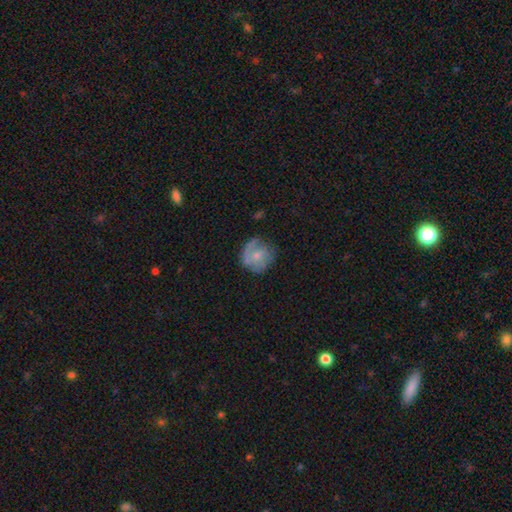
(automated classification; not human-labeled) smooth-or-featured: featured or disk: 51% | smooth: 41% | star or artifact: 8%
  disk-edge-on: no: 97% | yes: 3%
  merging: none: 64% | minor disturbance: 23% | major disturbance: 12% | merger: 2%